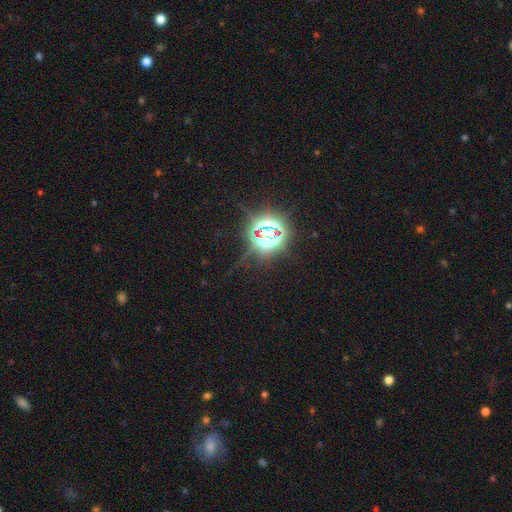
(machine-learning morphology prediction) The model was most divided on "smooth or featured": star or artifact: 77%, smooth: 17%, featured or disk: 6%.